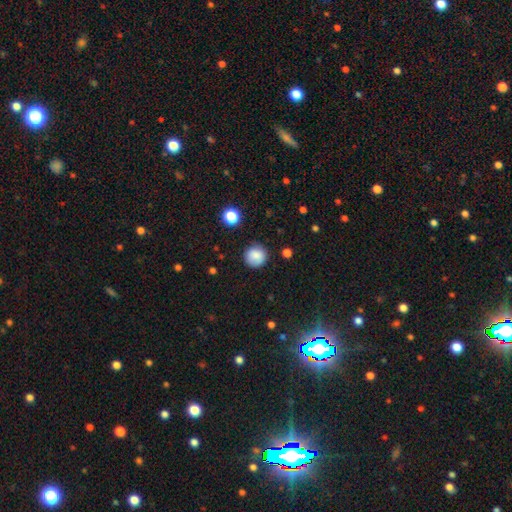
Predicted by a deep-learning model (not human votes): Q: Smooth or featured?
A: smooth (85%); runner-up: star or artifact (10%)
Q: How rounded?
A: round (94%); runner-up: in between (5%)
Q: Merging?
A: none (85%); runner-up: minor disturbance (10%)